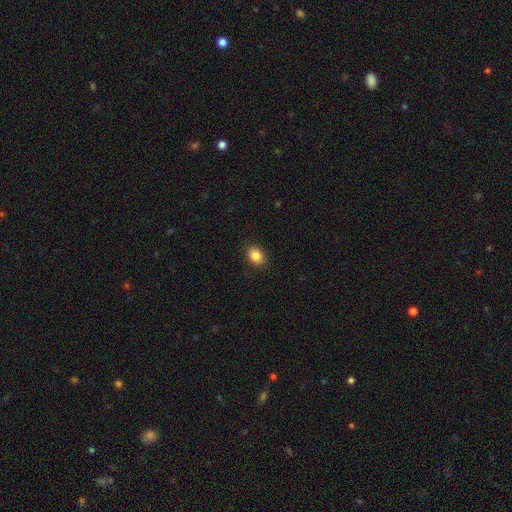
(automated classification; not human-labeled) Smooth or featured? Predicted: smooth (p=0.86). How rounded? Predicted: in between (p=0.65). Merging? Predicted: none (p=0.90).